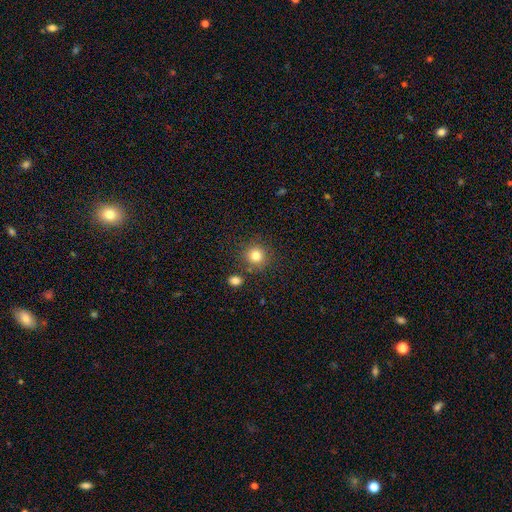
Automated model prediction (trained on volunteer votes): Smooth or featured? smooth (82%)
How rounded? round (91%)
Merging? none (80%)